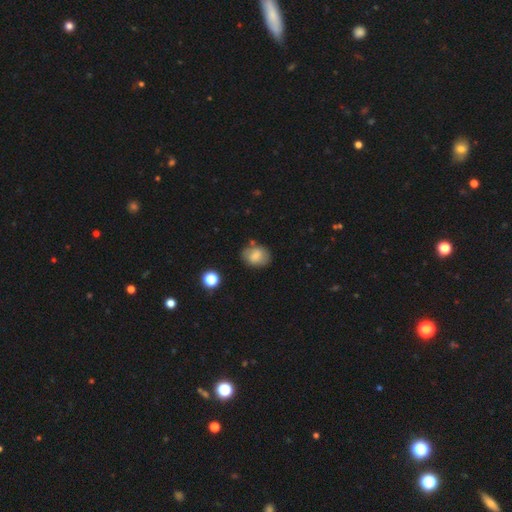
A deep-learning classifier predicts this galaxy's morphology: Smooth or featured?
  - smooth: 76% *
  - featured or disk: 15%
  - star or artifact: 10%
How rounded?
  - in between: 63% *
  - round: 36%
  - cigar-shaped: 1%
Merging?
  - none: 73% *
  - minor disturbance: 18%
  - major disturbance: 5%
  - merger: 5%